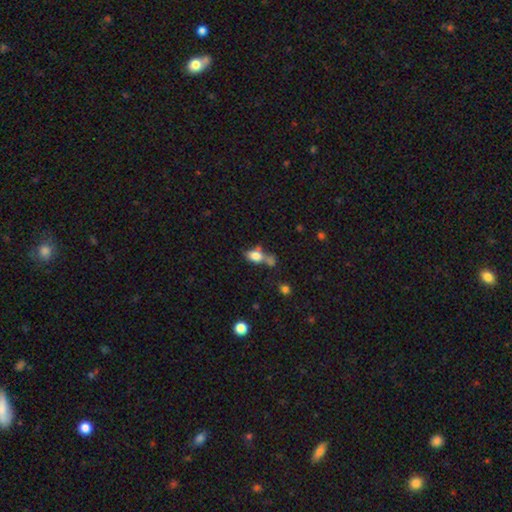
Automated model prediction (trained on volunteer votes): Smooth or featured? Predicted: smooth (p=0.77). How rounded? Predicted: in between (p=0.83). Merging? Predicted: none (p=0.38).